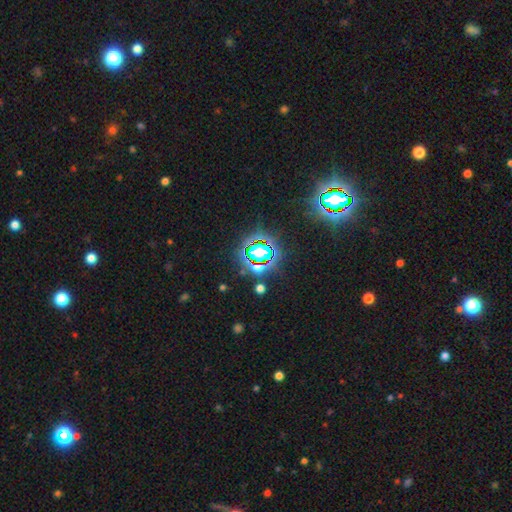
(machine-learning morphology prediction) A star or artifact, not a galaxy (68%).

Vote fractions:
- Smooth or featured? star or artifact: 68% / smooth: 21% / featured or disk: 11%